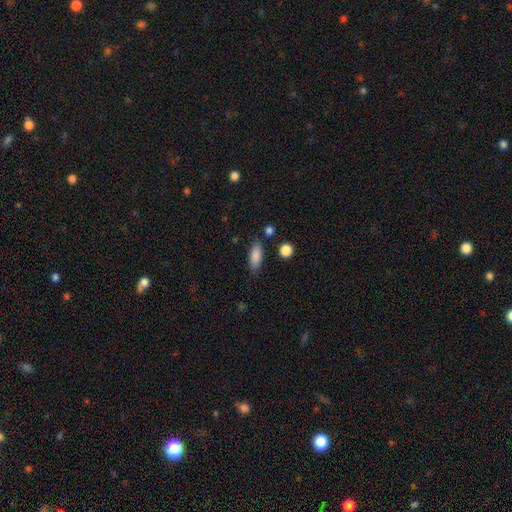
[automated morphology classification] A smooth galaxy with no disk features (87%) that is in between round and cigar-shaped (75%).

Vote fractions:
- Smooth or featured? smooth: 87% / star or artifact: 7% / featured or disk: 6%
- How rounded? in between: 75% / cigar-shaped: 22% / round: 3%
- Merging? none: 81% / minor disturbance: 12% / major disturbance: 3% / merger: 3%